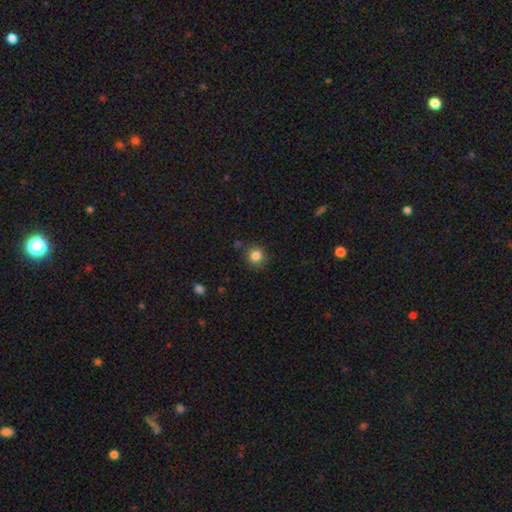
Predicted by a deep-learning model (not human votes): Morphology: type=smooth (83%); roundness=round (92%); merging=none (85%).